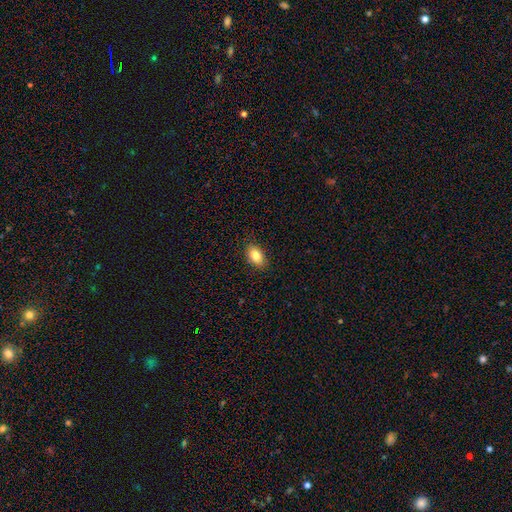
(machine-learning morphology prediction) smooth_or_featured: smooth (p=0.83) [alt: featured or disk p=0.09]
how_rounded: in between (p=0.89) [alt: round p=0.09]
merging: none (p=0.88) [alt: minor disturbance p=0.09]